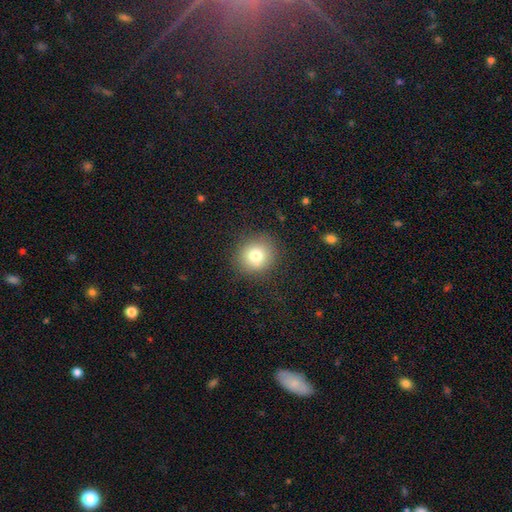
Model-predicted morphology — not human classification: smooth 77%, star or artifact 12%, featured or disk 11%. Down the decision tree: how rounded — round (88%); merging — none (87%).